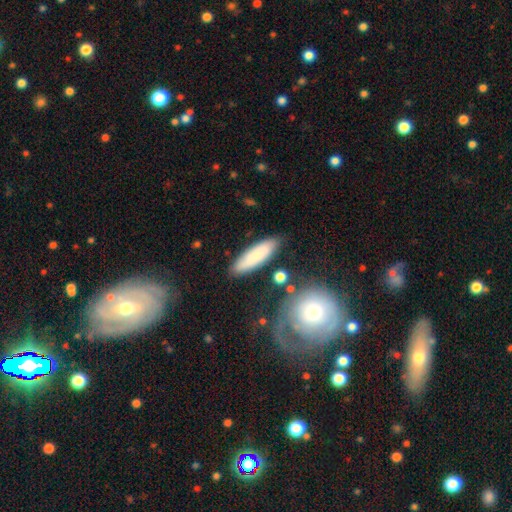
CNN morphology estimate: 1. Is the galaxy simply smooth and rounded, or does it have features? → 78% smooth, 16% featured or disk, 6% star or artifact.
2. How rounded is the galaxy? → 59% cigar-shaped, 39% in between, 2% round.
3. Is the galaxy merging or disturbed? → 81% none, 12% minor disturbance, 4% merger, 3% major disturbance.